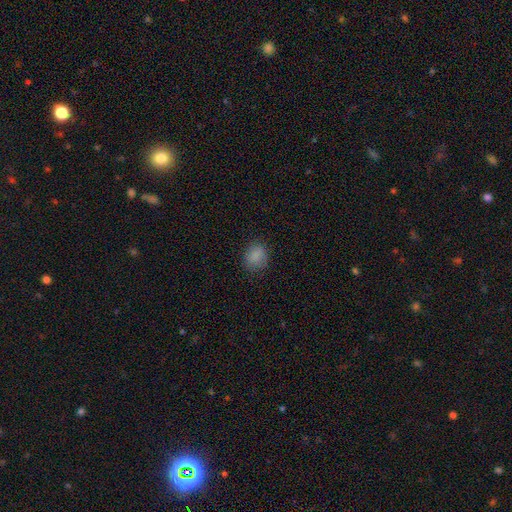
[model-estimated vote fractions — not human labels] smooth-or-featured: smooth: 85% | star or artifact: 10% | featured or disk: 5%
  how-rounded: round: 58% | in between: 41% | cigar-shaped: 1%
  merging: none: 81% | minor disturbance: 14% | major disturbance: 4% | merger: 1%